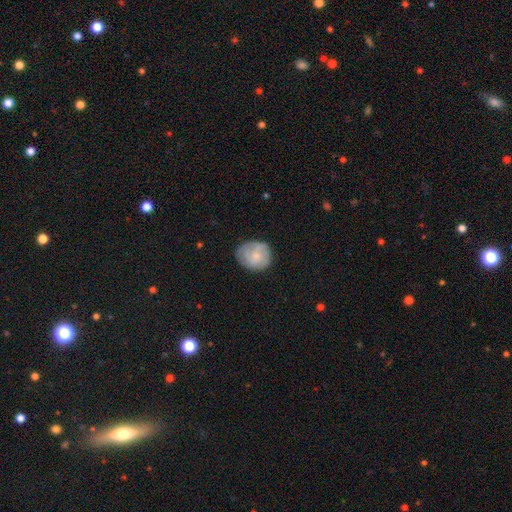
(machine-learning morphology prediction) Smooth or featured? smooth (54%)
How rounded? round (71%)
Merging? none (72%)